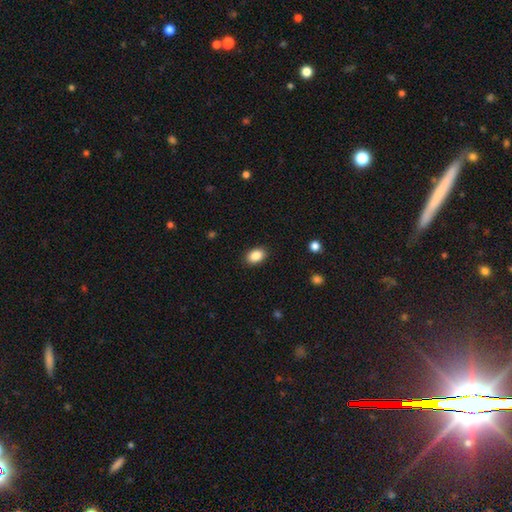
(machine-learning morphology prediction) This is clearly a smooth galaxy (88%). How rounded: clearly in between (83%). Merging: clearly none (88%).